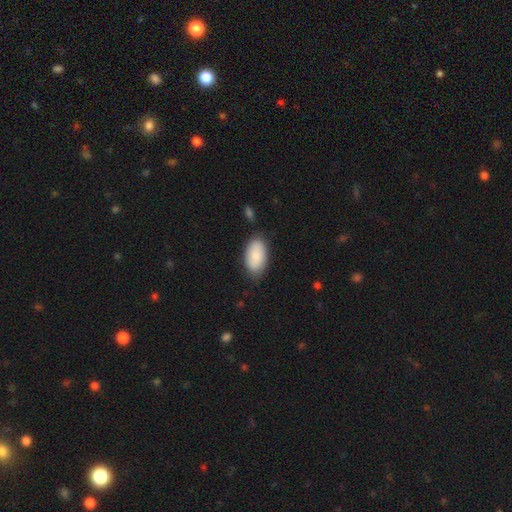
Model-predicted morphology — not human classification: Q: Smooth or featured?
A: smooth (85%); runner-up: featured or disk (9%)
Q: How rounded?
A: in between (95%); runner-up: round (3%)
Q: Merging?
A: none (78%); runner-up: minor disturbance (16%)